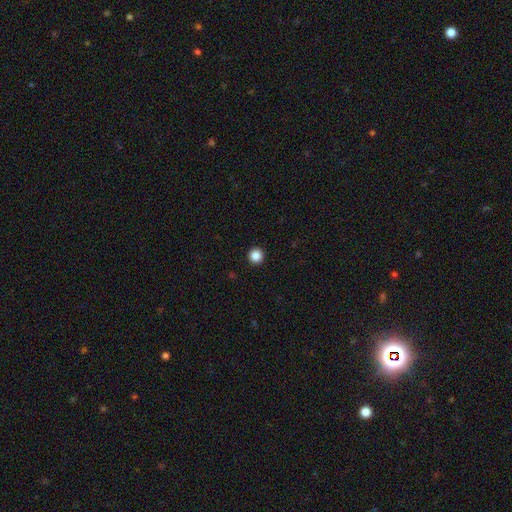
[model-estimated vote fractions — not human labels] smooth 87%, star or artifact 10%, featured or disk 3%. Down the decision tree: how rounded — round (96%); merging — none (94%).